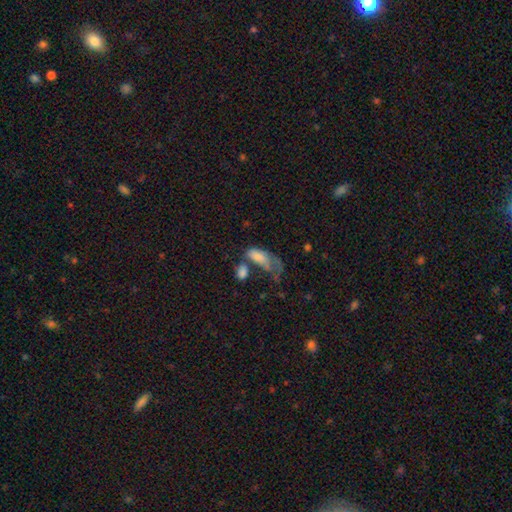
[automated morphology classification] This is likely a smooth galaxy (71%). How rounded: clearly in between (86%). Merging: marginally major disturbance (37%).